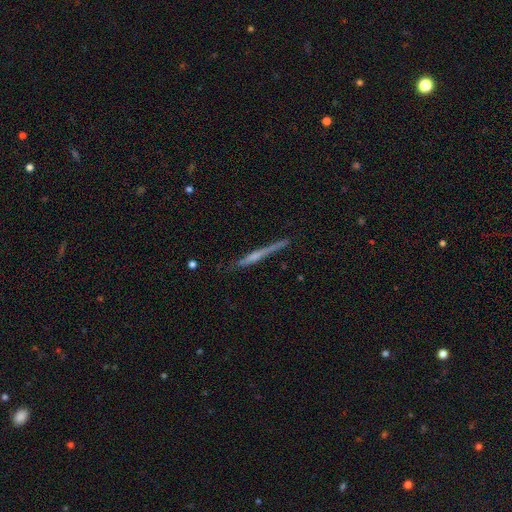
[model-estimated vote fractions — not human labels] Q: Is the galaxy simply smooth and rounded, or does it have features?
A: featured or disk — 60%.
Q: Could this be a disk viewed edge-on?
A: yes — 97%.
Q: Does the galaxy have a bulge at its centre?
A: none — 58%.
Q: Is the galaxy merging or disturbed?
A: none — 82%.